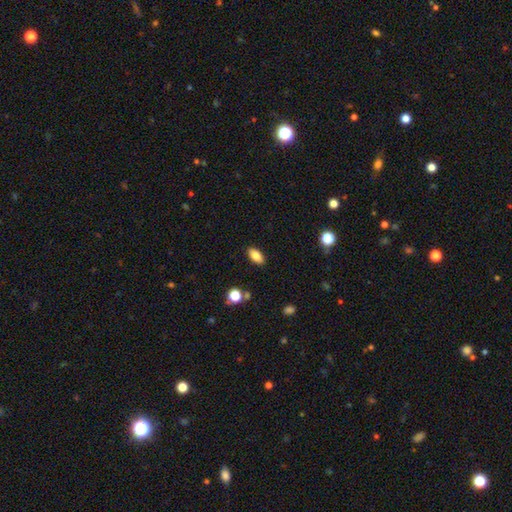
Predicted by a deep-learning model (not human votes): smooth-or-featured: smooth: 81% | featured or disk: 9% | star or artifact: 9%
  how-rounded: in between: 89% | cigar-shaped: 6% | round: 4%
  merging: none: 88% | minor disturbance: 8% | major disturbance: 2% | merger: 1%